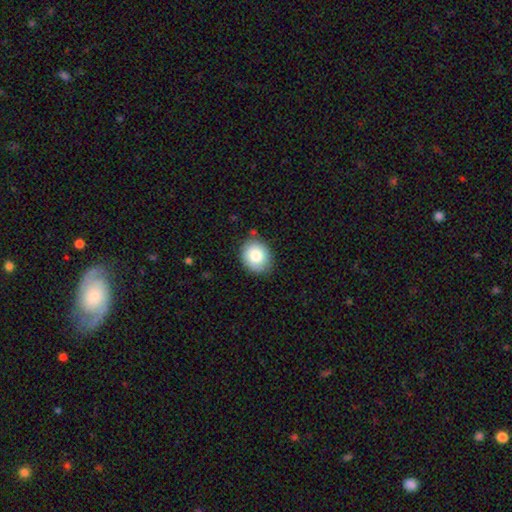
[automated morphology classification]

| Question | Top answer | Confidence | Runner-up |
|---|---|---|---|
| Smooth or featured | smooth | 82% | featured or disk (10%) |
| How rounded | round | 59% | in between (41%) |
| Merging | none | 81% | minor disturbance (14%) |